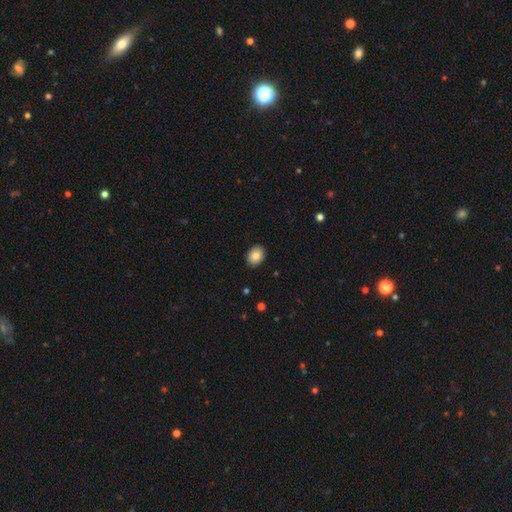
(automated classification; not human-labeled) Smooth or featured? Predicted: smooth (p=0.84). How rounded? Predicted: in between (p=0.68). Merging? Predicted: none (p=0.87).